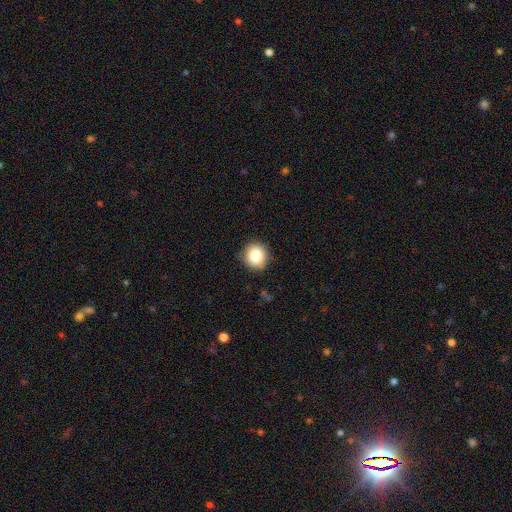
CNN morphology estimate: A smooth galaxy with no disk features (82%) that is round (91%).

Vote fractions:
- Smooth or featured? smooth: 82% / star or artifact: 10% / featured or disk: 8%
- How rounded? round: 91% / in between: 8% / cigar-shaped: 1%
- Merging? none: 87% / minor disturbance: 9% / major disturbance: 2% / merger: 1%